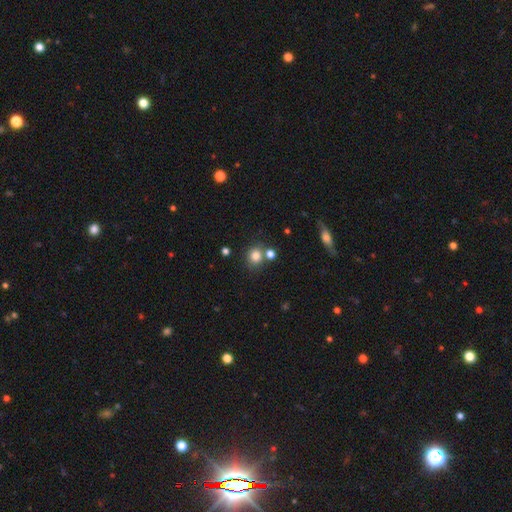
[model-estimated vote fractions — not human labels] This is clearly a smooth galaxy (81%). How rounded: likely round (77%). Merging: likely none (65%).